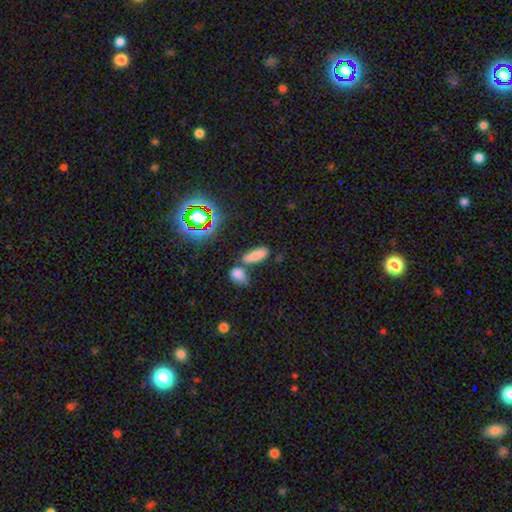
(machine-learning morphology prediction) smooth-or-featured: smooth: 73% | star or artifact: 17% | featured or disk: 9%
  how-rounded: in between: 64% | cigar-shaped: 32% | round: 5%
  merging: none: 47% | merger: 36% | minor disturbance: 12% | major disturbance: 5%